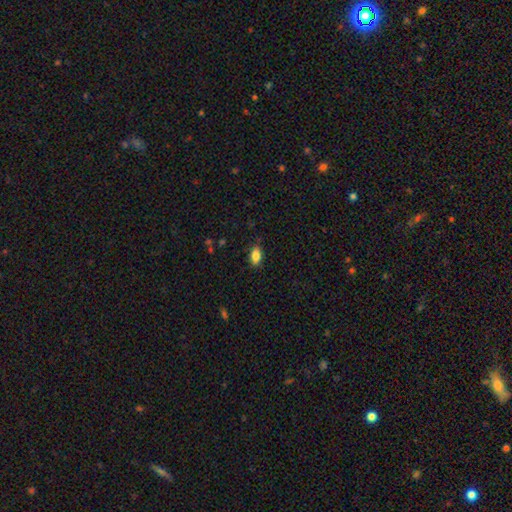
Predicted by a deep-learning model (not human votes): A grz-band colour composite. It shows a smooth galaxy with no disk features (85%) that is in between round and cigar-shaped (90%). Merging: none (84%).